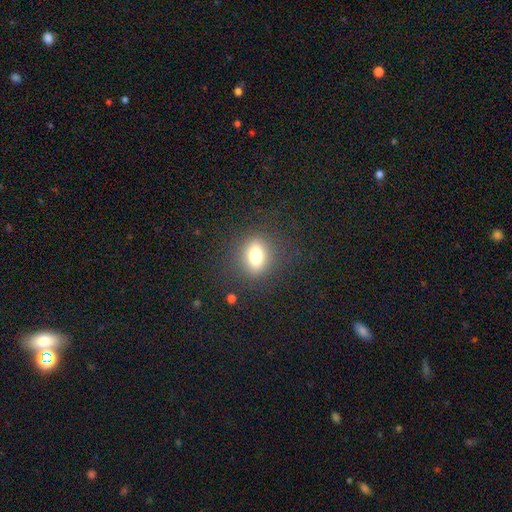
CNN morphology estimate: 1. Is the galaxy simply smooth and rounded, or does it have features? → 74% smooth, 15% featured or disk, 12% star or artifact.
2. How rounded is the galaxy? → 50% in between, 48% round, 3% cigar-shaped.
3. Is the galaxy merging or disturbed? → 85% none, 9% minor disturbance, 5% major disturbance, 1% merger.